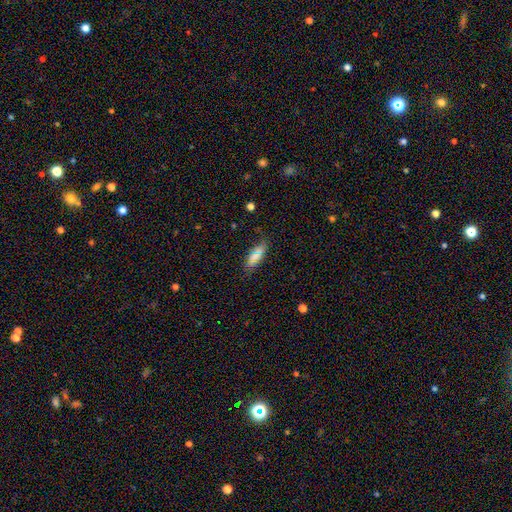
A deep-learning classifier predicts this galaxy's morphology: Overall: smooth (69%). How rounded: in between (74%). Merging: none (73%).